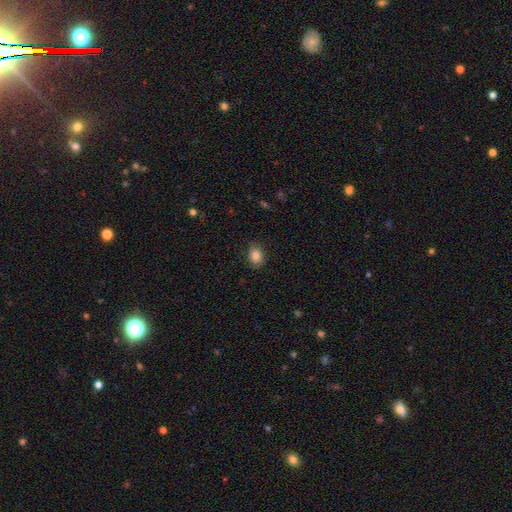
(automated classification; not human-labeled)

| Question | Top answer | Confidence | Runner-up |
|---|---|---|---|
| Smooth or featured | smooth | 84% | star or artifact (9%) |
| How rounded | in between | 60% | round (39%) |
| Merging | none | 82% | minor disturbance (14%) |